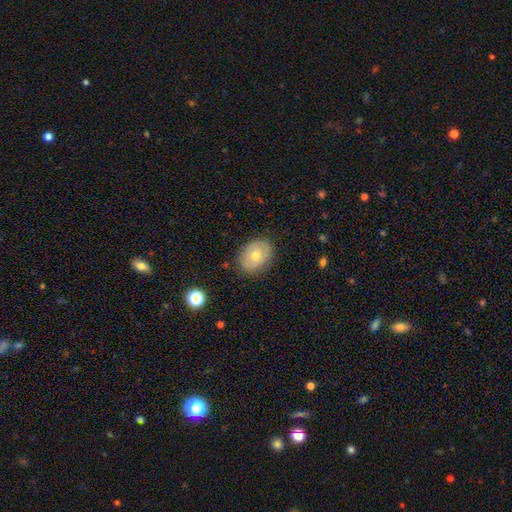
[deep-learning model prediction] A smooth galaxy with no disk features (66%) that is in between round and cigar-shaped (67%). Merging: none (85%).